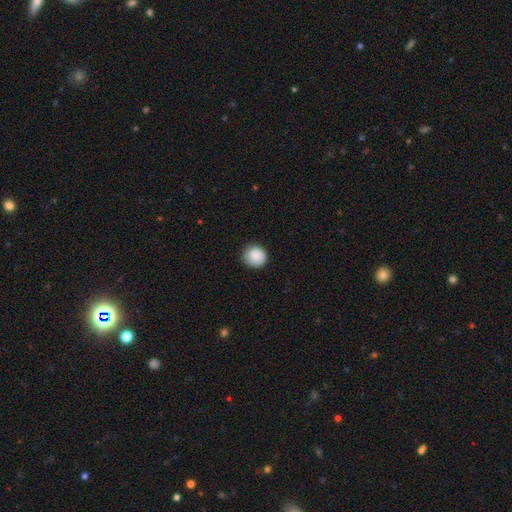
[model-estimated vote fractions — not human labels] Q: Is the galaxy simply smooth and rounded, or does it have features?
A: smooth — 89%.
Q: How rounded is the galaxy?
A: round — 90%.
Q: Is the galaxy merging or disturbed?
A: none — 85%.